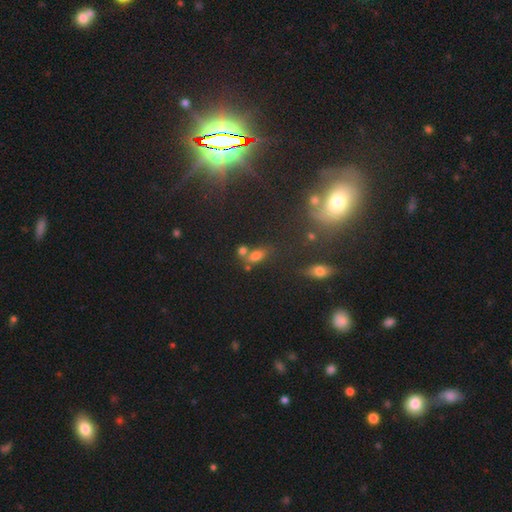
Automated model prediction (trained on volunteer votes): This is likely a smooth galaxy (70%). How rounded: likely in between (78%). Merging: possibly none (46%).